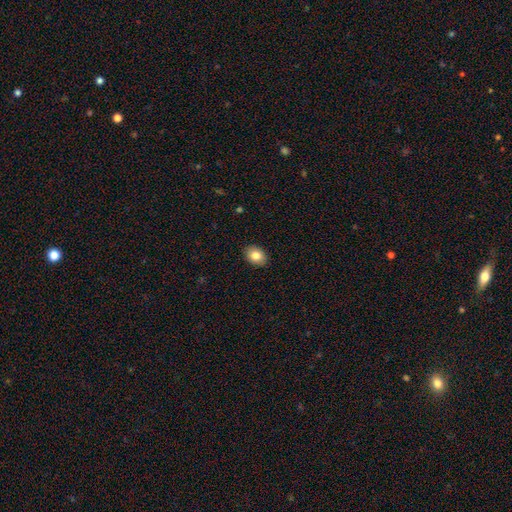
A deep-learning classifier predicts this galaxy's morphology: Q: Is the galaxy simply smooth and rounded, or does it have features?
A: smooth — 83%.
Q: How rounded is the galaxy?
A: in between — 68%.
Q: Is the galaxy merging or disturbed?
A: none — 90%.